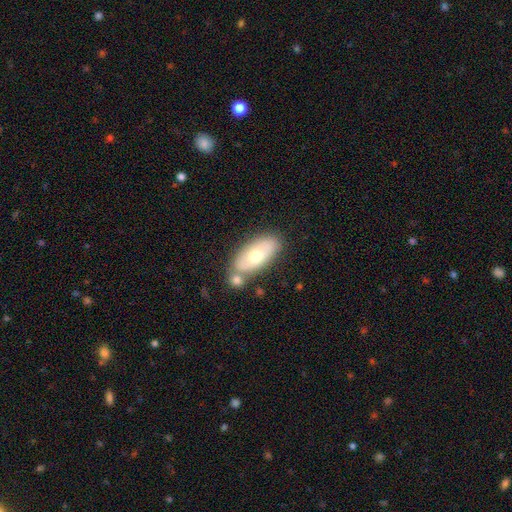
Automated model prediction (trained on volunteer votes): The model was most divided on "smooth or featured": smooth: 54%, featured or disk: 39%, star or artifact: 6%. More confident: how rounded — in between (88%); merging — none (57%).